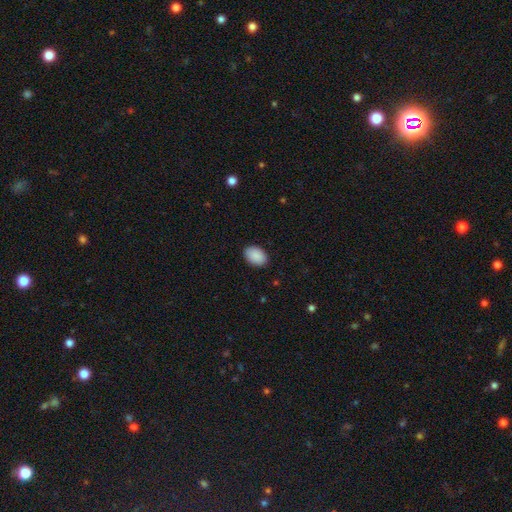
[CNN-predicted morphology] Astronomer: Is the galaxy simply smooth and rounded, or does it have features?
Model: smooth — 91%.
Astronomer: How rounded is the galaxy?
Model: in between — 87%.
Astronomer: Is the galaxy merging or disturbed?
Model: none — 89%.